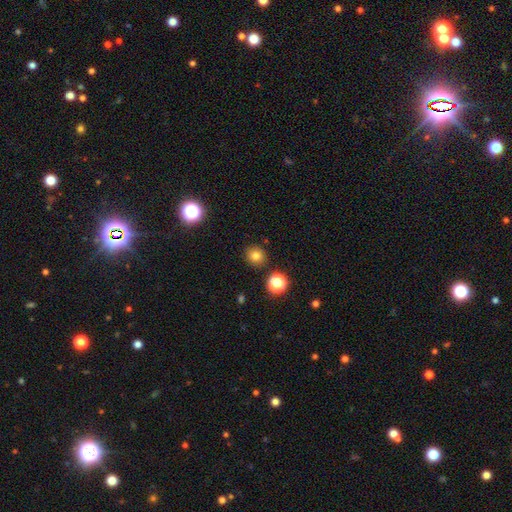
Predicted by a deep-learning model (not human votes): Overall: smooth (79%). How rounded: round (91%). Merging: none (89%).